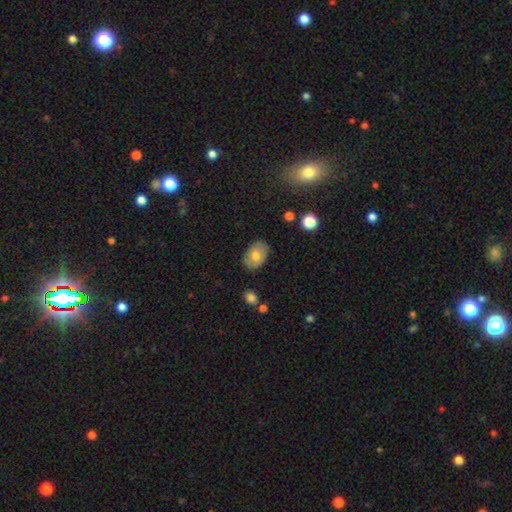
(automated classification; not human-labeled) Smooth or featured? smooth (75%)
How rounded? in between (83%)
Merging? none (82%)